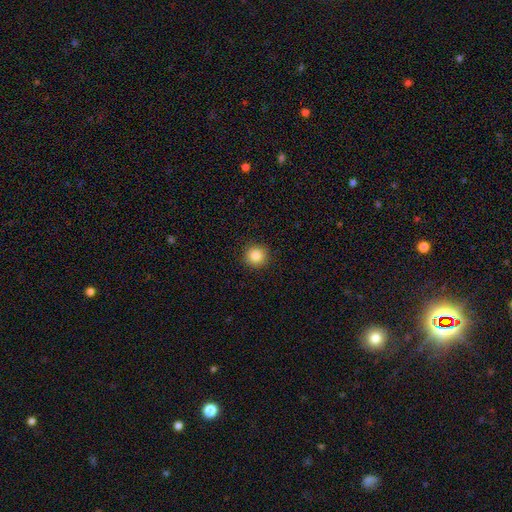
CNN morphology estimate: Overall: smooth (84%). How rounded: round (94%). Merging: none (92%).